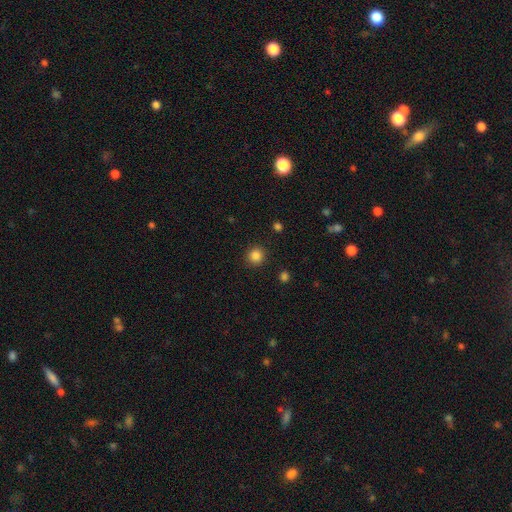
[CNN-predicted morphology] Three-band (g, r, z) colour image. It shows a smooth galaxy with no disk features (85%) that is round (93%). Merging: none (91%).